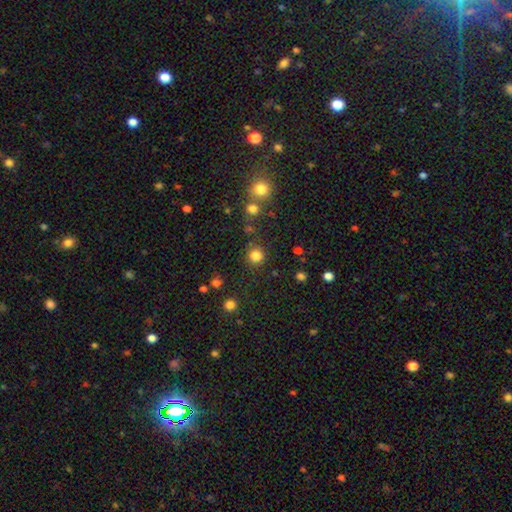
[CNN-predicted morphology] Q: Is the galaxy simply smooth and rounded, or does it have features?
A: smooth — 82%.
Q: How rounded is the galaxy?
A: round — 93%.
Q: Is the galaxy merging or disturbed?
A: none — 85%.